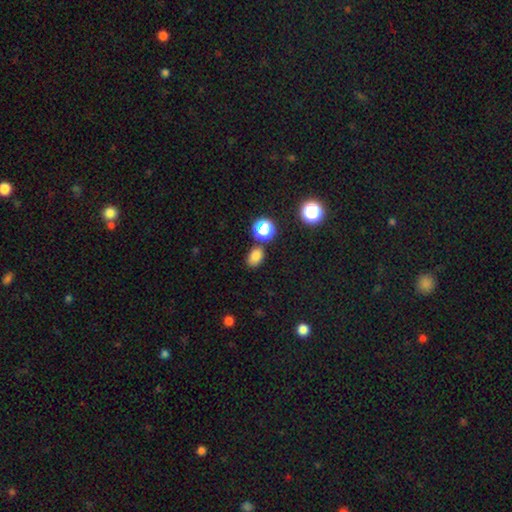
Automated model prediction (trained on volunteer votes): Overall: smooth (77%). How rounded: in between (69%). Merging: none (75%).